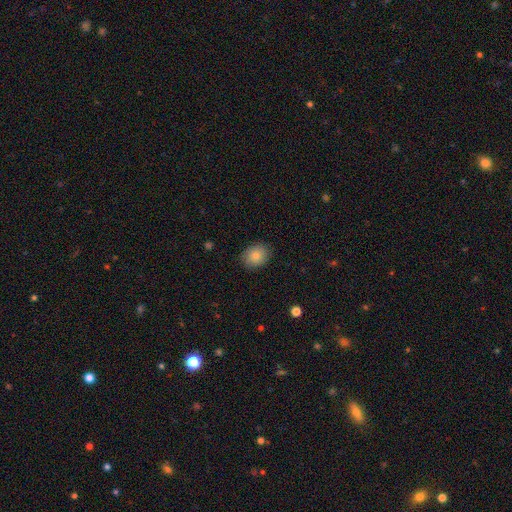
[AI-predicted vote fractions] smooth 81%, featured or disk 10%, star or artifact 9%. Down the decision tree: how rounded — in between (52%); merging — none (86%).